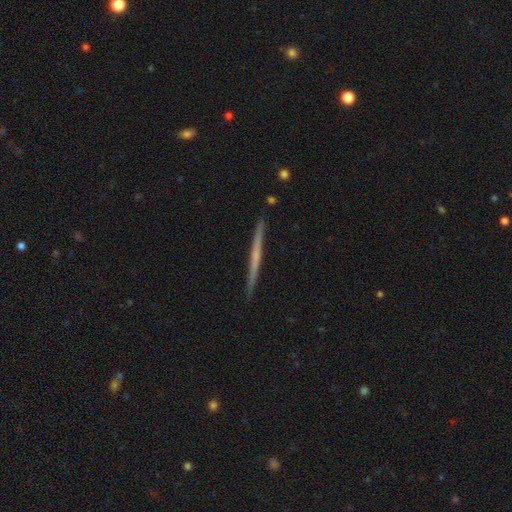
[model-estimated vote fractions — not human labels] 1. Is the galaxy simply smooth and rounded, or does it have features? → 63% featured or disk, 32% smooth, 6% star or artifact.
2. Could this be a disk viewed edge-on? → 98% yes, 2% no.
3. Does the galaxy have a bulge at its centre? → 78% none, 17% rounded, 5% boxy.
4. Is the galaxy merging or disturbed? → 92% none, 6% minor disturbance, 1% merger, 1% major disturbance.